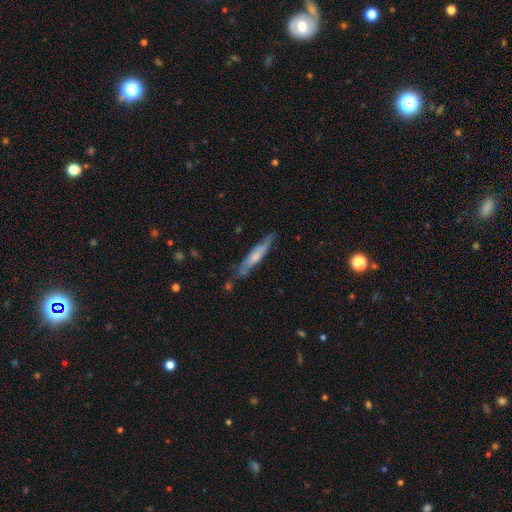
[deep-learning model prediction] A smooth galaxy with no disk features (50%) that is cigar-shaped (90%). Merging: none (74%).